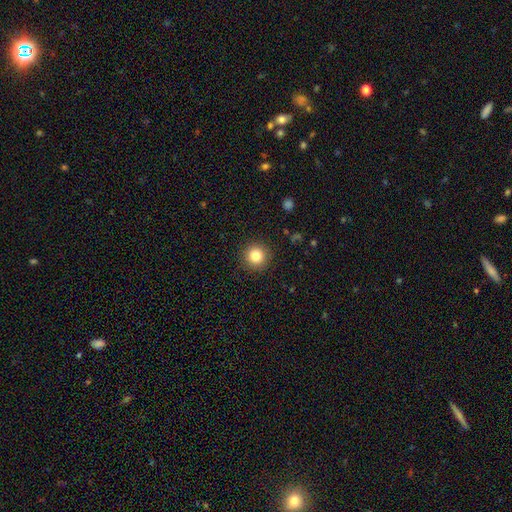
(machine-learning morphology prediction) type=smooth (84%); roundness=round (95%); merging=none (91%).